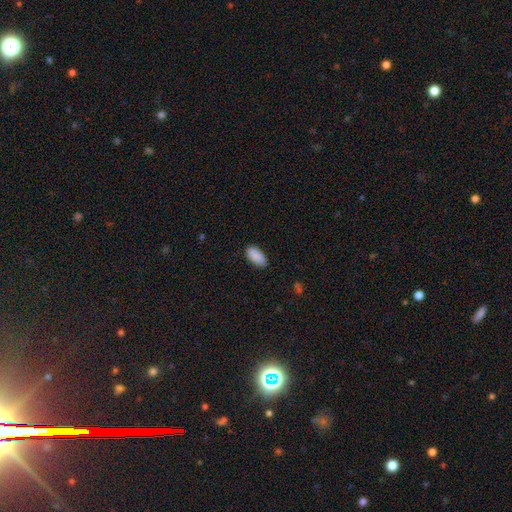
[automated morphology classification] A smooth galaxy with no disk features (90%) that is in between round and cigar-shaped (95%). Merging: none (84%).